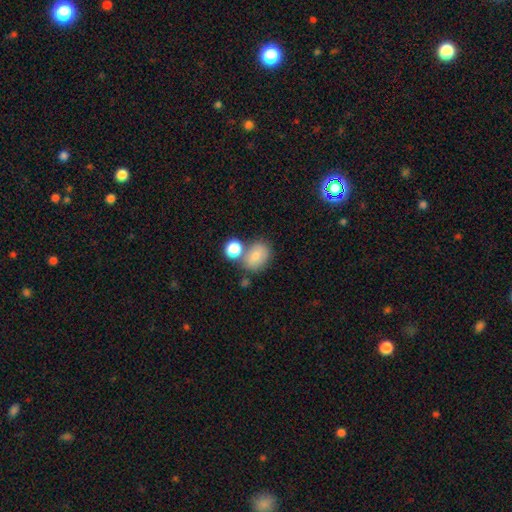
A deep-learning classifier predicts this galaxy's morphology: smooth-or-featured: smooth: 77% | featured or disk: 13% | star or artifact: 10%
  how-rounded: in between: 58% | round: 41% | cigar-shaped: 1%
  merging: none: 56% | merger: 25% | minor disturbance: 14% | major disturbance: 5%